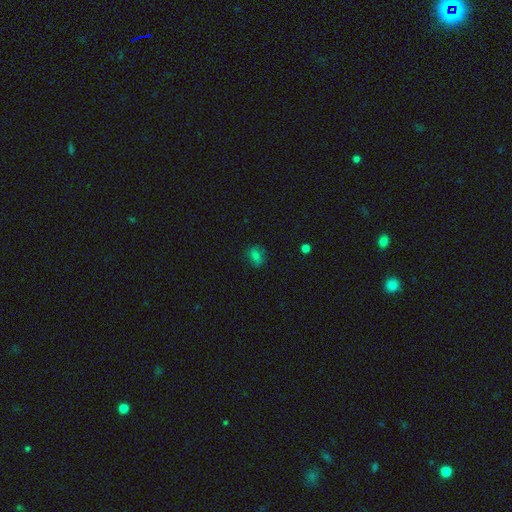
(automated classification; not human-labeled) This appears to be a smooth galaxy with no disk features (71%) that is in between round and cigar-shaped (56%). Merging: none (75%).